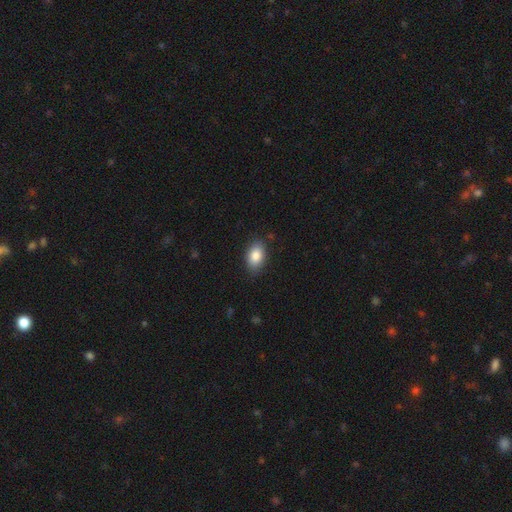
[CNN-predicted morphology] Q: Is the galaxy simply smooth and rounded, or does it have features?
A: smooth — 86%.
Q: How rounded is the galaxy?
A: in between — 88%.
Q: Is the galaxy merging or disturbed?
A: none — 84%.